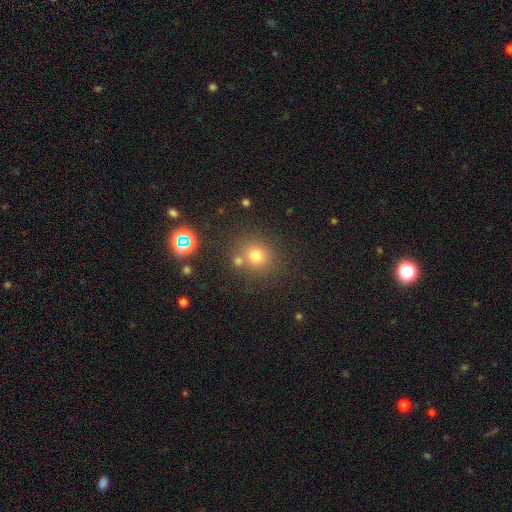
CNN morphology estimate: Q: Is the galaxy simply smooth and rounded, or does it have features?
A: smooth — 70%.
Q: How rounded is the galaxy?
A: round — 84%.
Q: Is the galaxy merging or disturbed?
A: none — 73%.